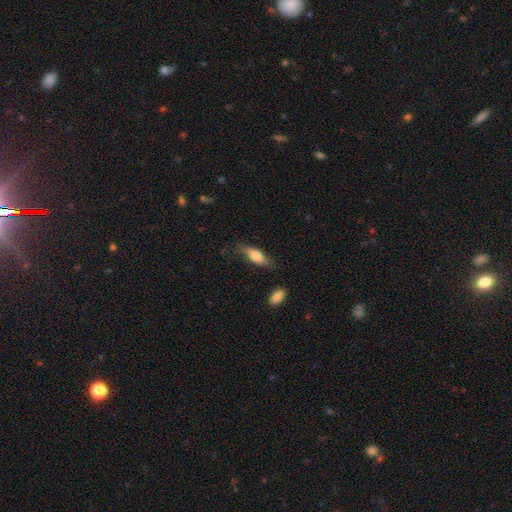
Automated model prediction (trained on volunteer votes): Overall: smooth (66%; featured or disk 27%). How rounded: in between (59%; cigar-shaped 37%). Merging: none (68%).